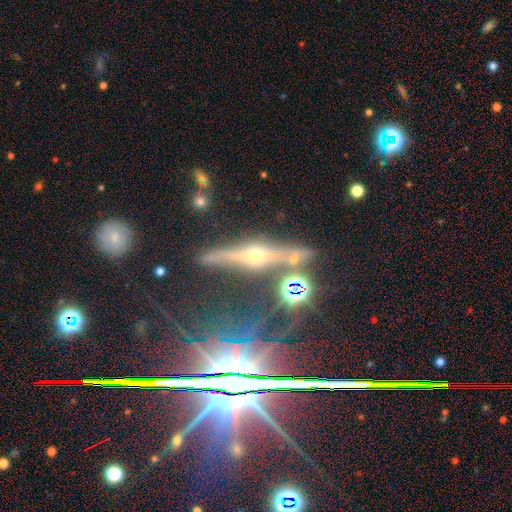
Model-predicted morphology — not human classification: A featured or disk galaxy (68%) viewed edge-on (93%) with a rounded central bulge (92%). Merging: none (73%).